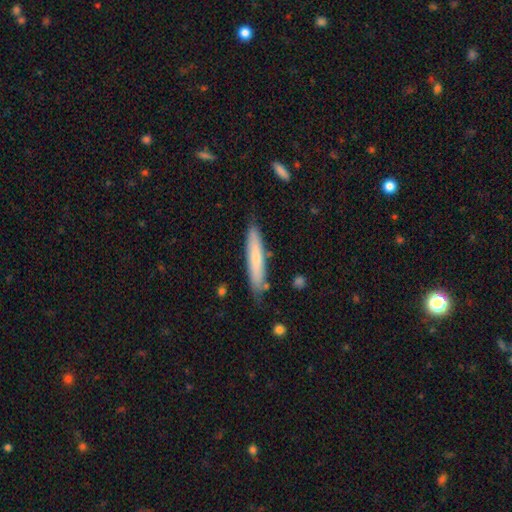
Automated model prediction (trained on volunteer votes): Smooth or featured: smooth — 67% (featured or disk — 27%)
How rounded: cigar-shaped — 90% (in between — 9%)
Merging: none — 81% (minor disturbance — 14%)